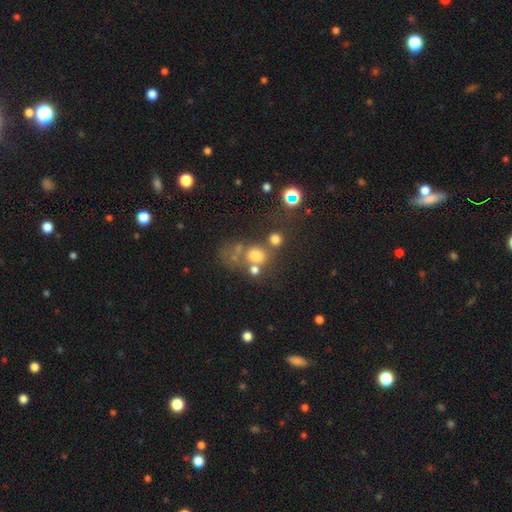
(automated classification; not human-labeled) Smooth or featured? Predicted: smooth (p=0.64). How rounded? Predicted: round (p=0.67). Merging? Predicted: none (p=0.39).